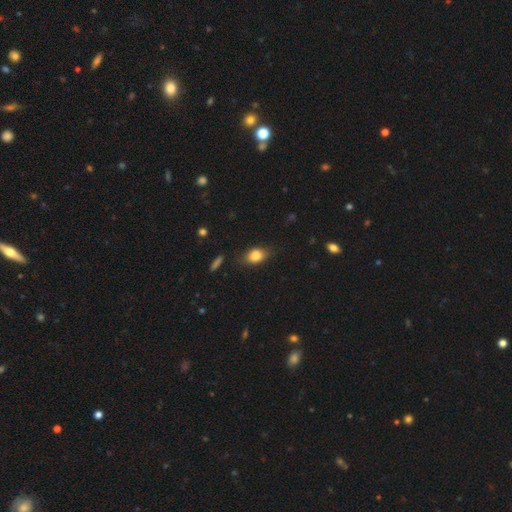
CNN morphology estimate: This appears to be a smooth galaxy with no disk features (81%) that is in between round and cigar-shaped (75%). Merging: none (75%).